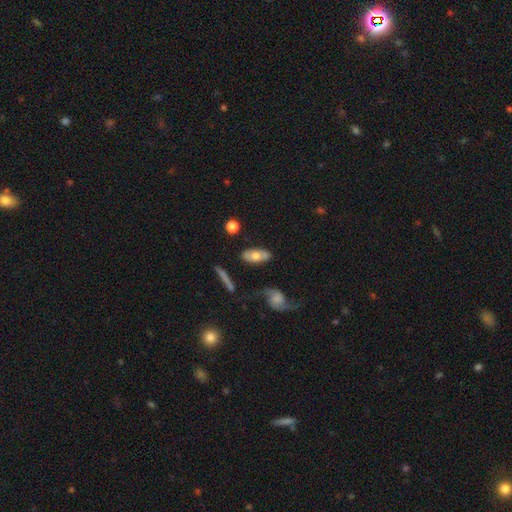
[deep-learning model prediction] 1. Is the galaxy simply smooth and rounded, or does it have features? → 55% smooth, 39% featured or disk, 6% star or artifact.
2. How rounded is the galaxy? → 85% in between, 10% cigar-shaped, 5% round.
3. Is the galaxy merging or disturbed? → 75% none, 16% minor disturbance, 5% major disturbance, 4% merger.